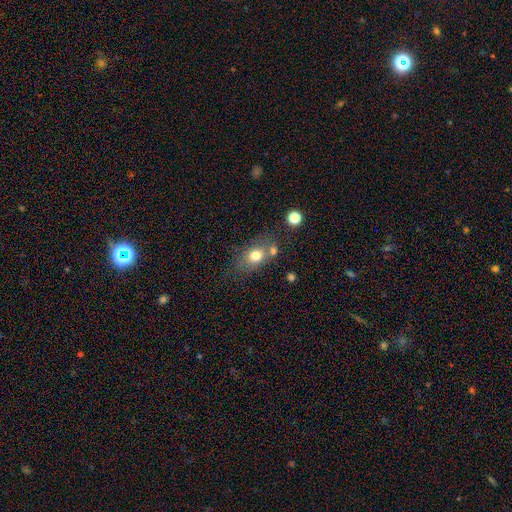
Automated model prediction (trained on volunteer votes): A smooth galaxy with no disk features (75%) that is in between round and cigar-shaped (58%). Merging: none (54%).